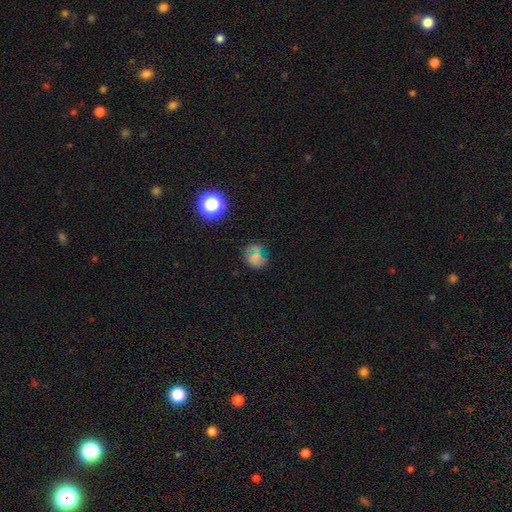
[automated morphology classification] The model was most divided on "smooth or featured": smooth: 59%, star or artifact: 29%, featured or disk: 13%. More confident: how rounded — round (73%); merging — none (64%).